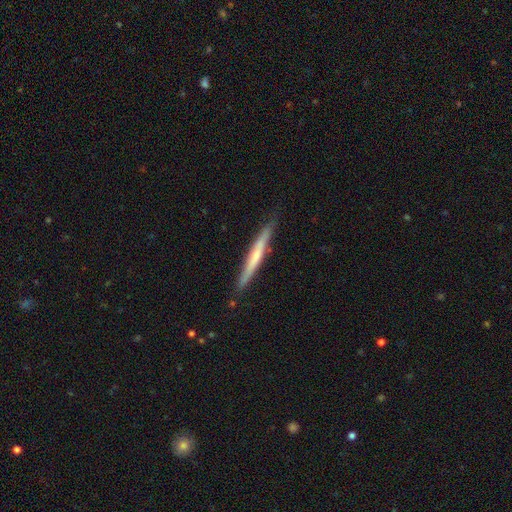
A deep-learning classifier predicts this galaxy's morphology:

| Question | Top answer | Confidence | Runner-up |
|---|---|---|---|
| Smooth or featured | featured or disk | 51% | smooth (44%) |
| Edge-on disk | yes | 96% | no (4%) |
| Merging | none | 85% | minor disturbance (11%) |